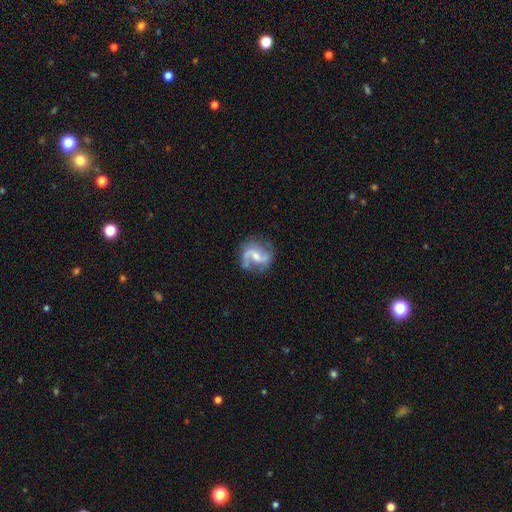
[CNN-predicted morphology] smooth-or-featured: featured or disk: 85% | smooth: 10% | star or artifact: 6%
  disk-edge-on: no: 98% | yes: 2%
    bar: weak: 50% | no: 26% | strong: 24%
    has-spiral-arms: yes: 95% | no: 5%
      spiral-winding: loose: 46% | medium: 43% | tight: 11%
      spiral-arm-count: 2: 85% | 1: 7% | can't tell: 4% | 3: 2% | 4: 1% | more than 4: 1%
    bulge-size: small: 47% | moderate: 46% | none: 4% | large: 2% | dominant: 1%
  merging: none: 71% | minor disturbance: 18% | major disturbance: 9% | merger: 2%